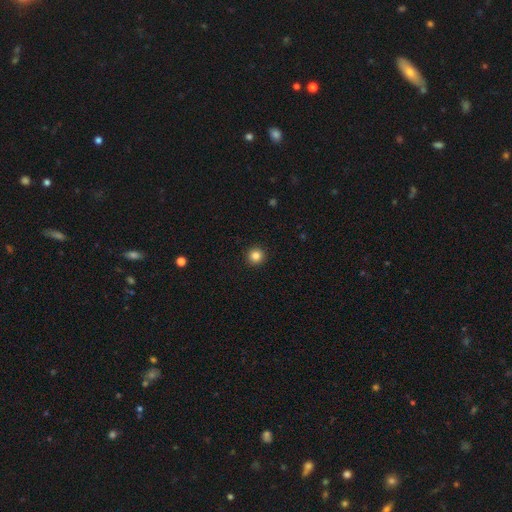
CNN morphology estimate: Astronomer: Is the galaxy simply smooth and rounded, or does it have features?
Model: smooth — 85%.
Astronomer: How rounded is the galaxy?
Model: round — 96%.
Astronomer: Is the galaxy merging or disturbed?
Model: none — 93%.